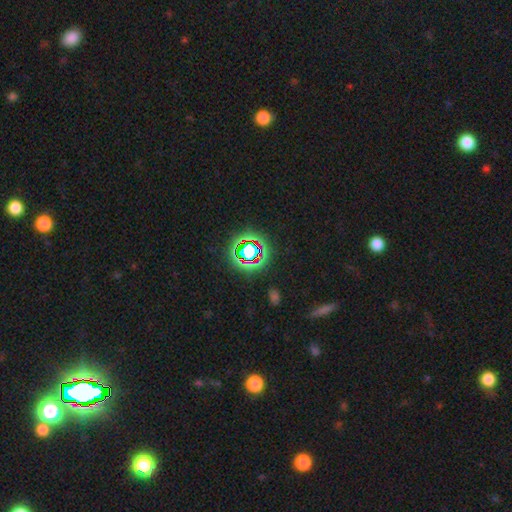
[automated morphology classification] This is likely a star or artifact rather than a galaxy (69%).